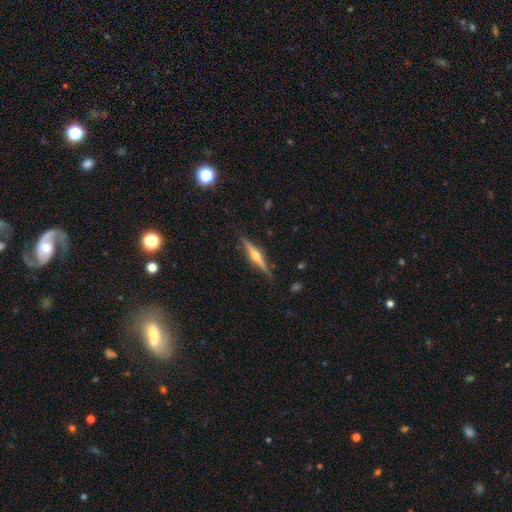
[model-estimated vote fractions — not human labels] A featured or disk galaxy (76%) viewed edge-on (98%) with a rounded central bulge (93%).

Vote fractions:
- Smooth or featured? featured or disk: 76% / smooth: 18% / star or artifact: 6%
- Edge-on disk? yes: 98% / no: 2%
- Edge-on bulge? rounded: 93% / boxy: 4% / none: 3%
- Merging? none: 88% / minor disturbance: 9% / major disturbance: 2% / merger: 1%